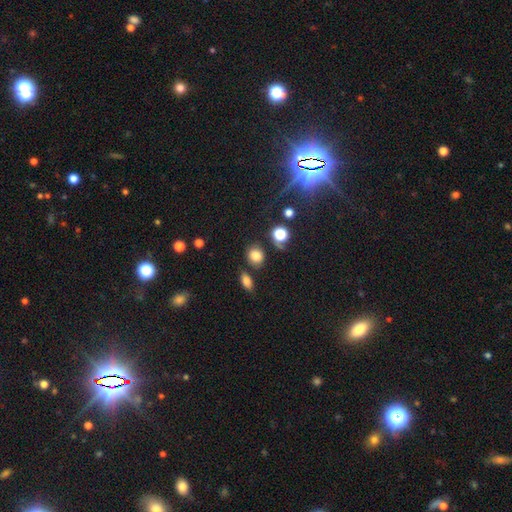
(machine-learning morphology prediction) type=smooth (80%); roundness=round (69%); merging=none (74%).